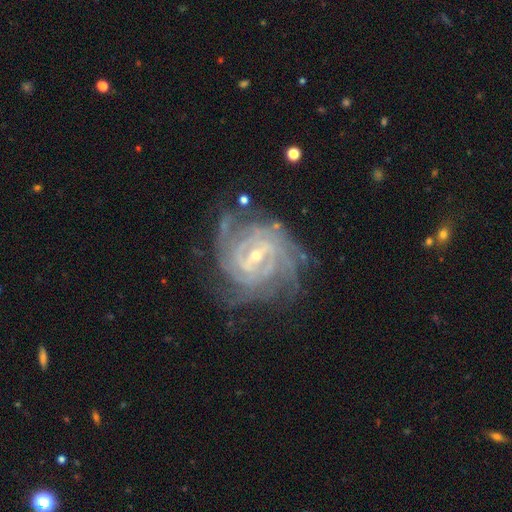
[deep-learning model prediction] Smooth or featured? featured or disk (91%)
Edge-on disk? no (97%)
Bar? weak (51%)
Spiral arms? yes (98%)
Spiral winding? tight (73%)
Spiral arm count? 4 (30%)
Bulge size? small (67%)
Merging? none (72%)